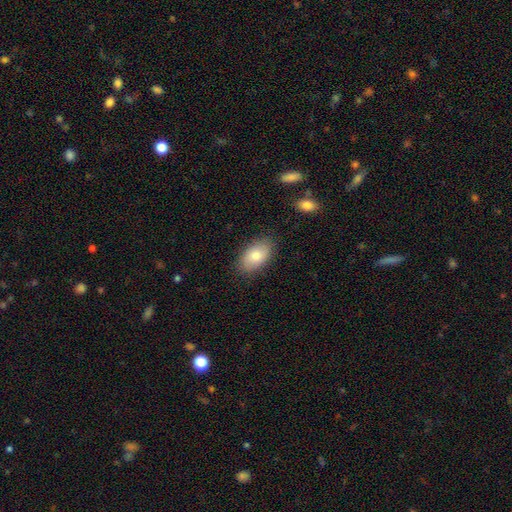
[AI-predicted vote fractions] smooth_or_featured: smooth (p=0.80) [alt: featured or disk p=0.14]
how_rounded: in between (p=0.93) [alt: round p=0.05]
merging: none (p=0.84) [alt: minor disturbance p=0.12]